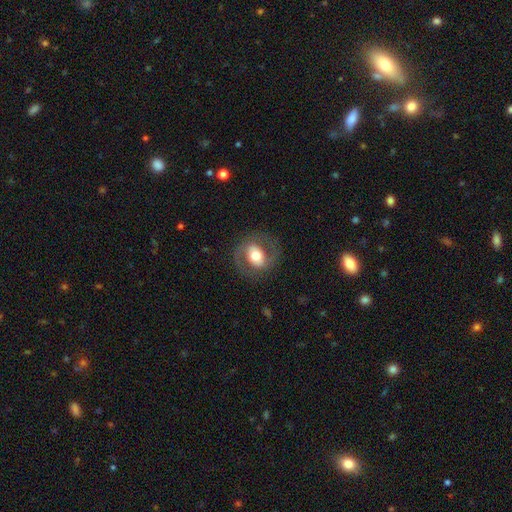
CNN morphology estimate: This appears to be a featured or disk galaxy (64%) with no bar (41%), spiral arms (76%) and a moderate central bulge (58%). Merging: none (77%).